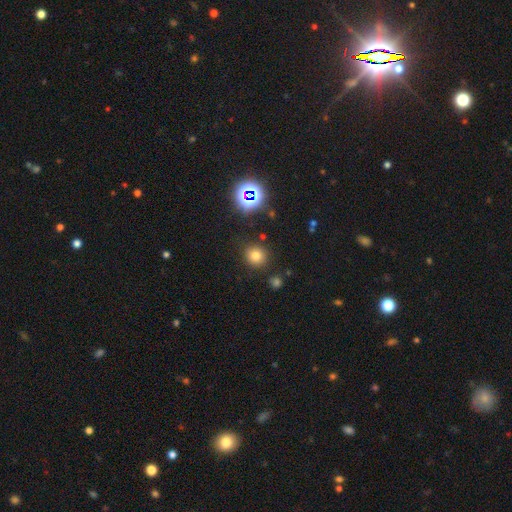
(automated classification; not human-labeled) Morphology: type=smooth (73%); roundness=round (89%); merging=none (87%).